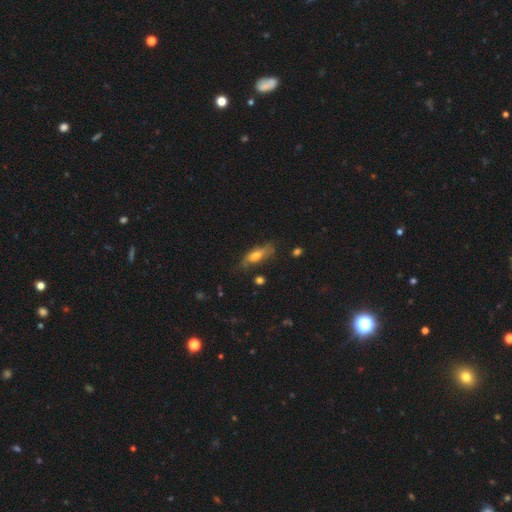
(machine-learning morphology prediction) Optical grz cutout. It shows a smooth galaxy with no disk features (60%) that is in between round and cigar-shaped (59%). Merging: none (60%).